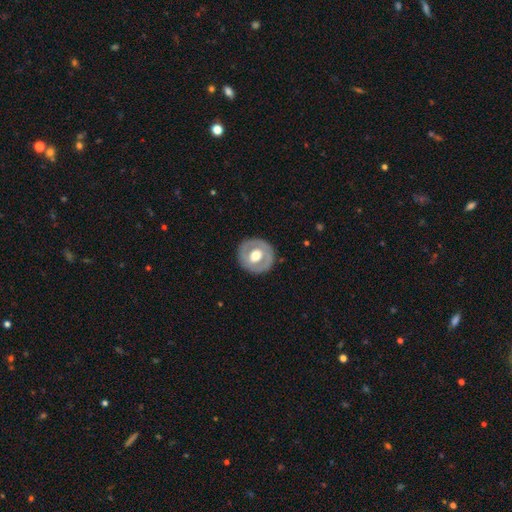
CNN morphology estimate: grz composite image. It shows a featured or disk galaxy (54%) with no bar (71%), no spiral arms (82%) and a moderate central bulge (57%). Merging: none (86%).